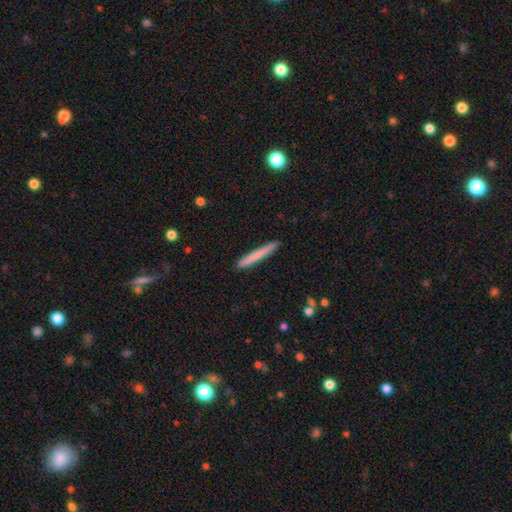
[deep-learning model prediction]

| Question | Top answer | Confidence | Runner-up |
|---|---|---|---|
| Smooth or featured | smooth | 74% | featured or disk (21%) |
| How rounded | cigar-shaped | 97% | in between (2%) |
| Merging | none | 91% | minor disturbance (6%) |